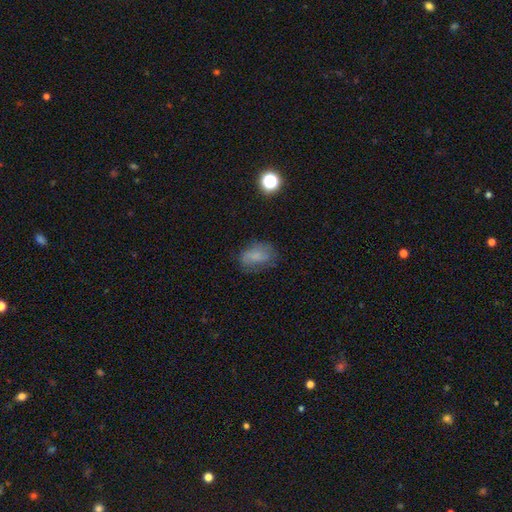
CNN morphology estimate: smooth 66%, featured or disk 21%, star or artifact 13%. Down the decision tree: how rounded — in between (79%); merging — none (62%).